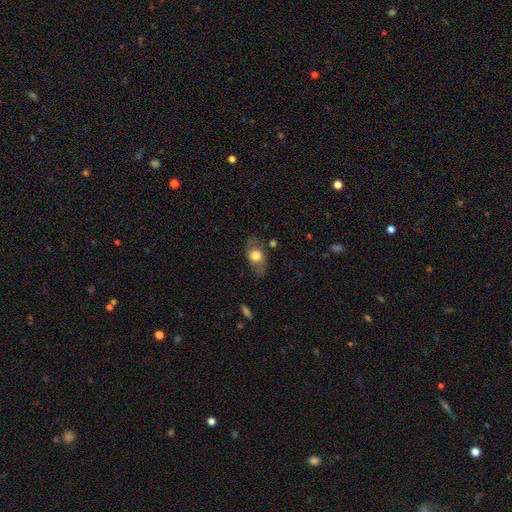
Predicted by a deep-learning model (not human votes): The model was most divided on "smooth or featured": smooth: 59%, featured or disk: 34%, star or artifact: 7%. More confident: how rounded — in between (78%); merging — none (73%).